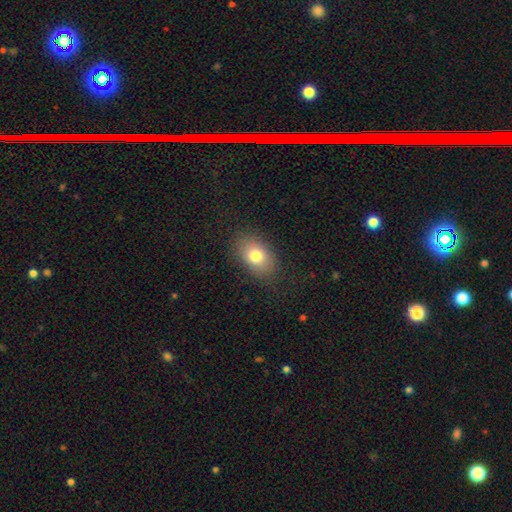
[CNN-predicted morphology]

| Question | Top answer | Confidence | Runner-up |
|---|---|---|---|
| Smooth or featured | smooth | 78% | featured or disk (12%) |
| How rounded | in between | 80% | round (18%) |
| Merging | none | 83% | minor disturbance (12%) |